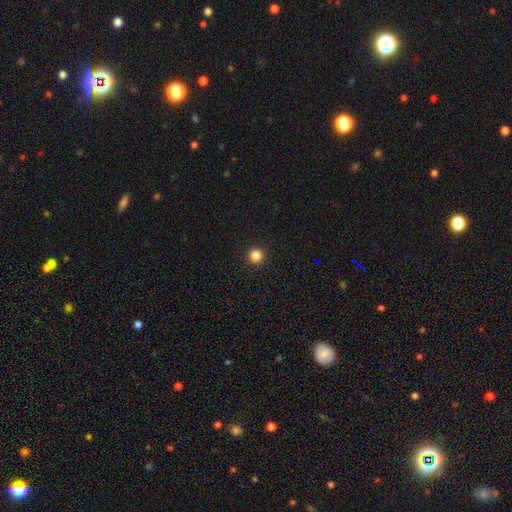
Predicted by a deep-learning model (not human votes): The model was most divided on "smooth or featured": smooth: 85%, star or artifact: 12%, featured or disk: 3%. More confident: how rounded — round (96%); merging — none (94%).